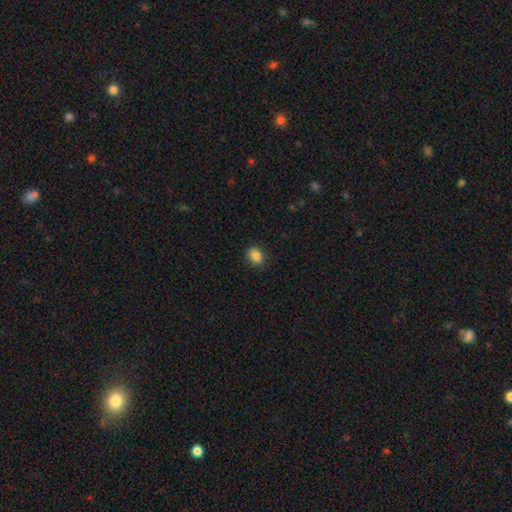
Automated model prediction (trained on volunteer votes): Smooth or featured? Predicted: smooth (p=0.86). How rounded? Predicted: in between (p=0.66). Merging? Predicted: none (p=0.87).